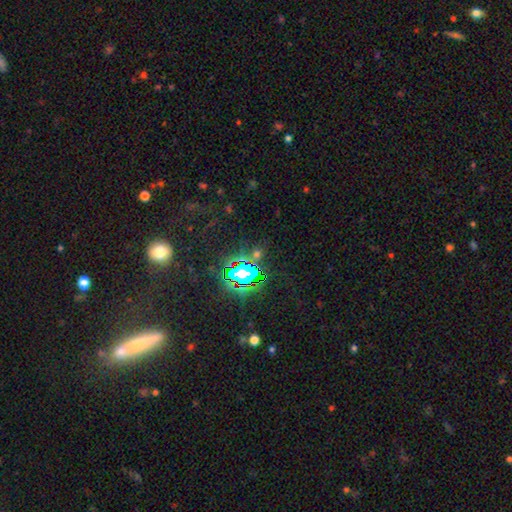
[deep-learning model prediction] A star or artifact, not a galaxy (74%).

Vote fractions:
- Smooth or featured? star or artifact: 74% / smooth: 16% / featured or disk: 10%